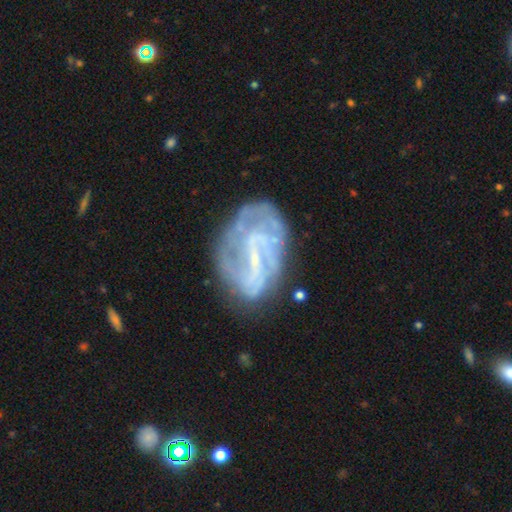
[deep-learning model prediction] featured or disk 78%, smooth 14%, star or artifact 8%. Down the decision tree: edge-on disk — no (97%); bar — weak (45%); spiral arms — yes (76%); spiral arm count — can't tell (42%); spiral winding — tight (41%); bulge size — small (61%); merging — none (55%).